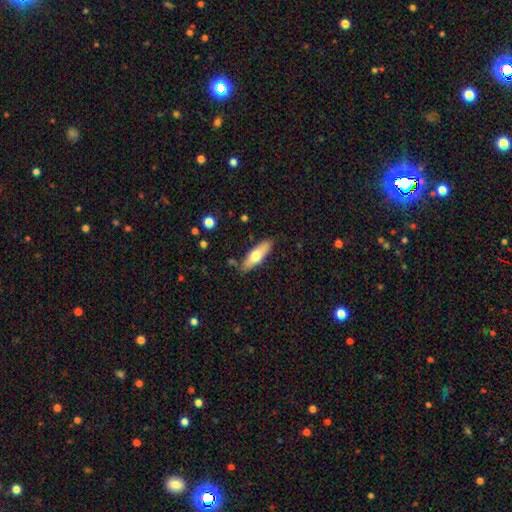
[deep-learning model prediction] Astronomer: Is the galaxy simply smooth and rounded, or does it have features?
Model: smooth — 62%.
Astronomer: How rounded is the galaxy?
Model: in between — 50% (runner-up: cigar-shaped, 48%).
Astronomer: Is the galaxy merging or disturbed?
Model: none — 84%.